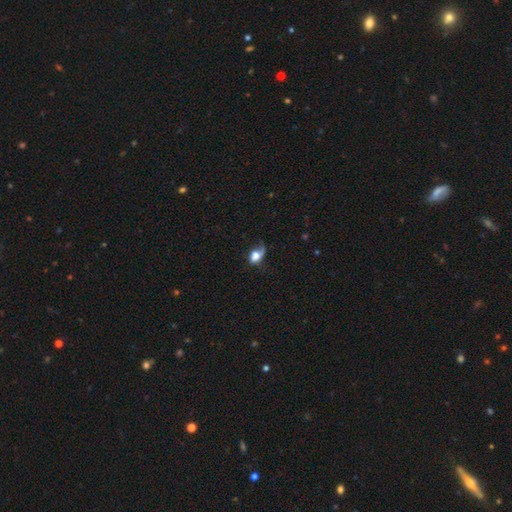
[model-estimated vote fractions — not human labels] This appears to be a smooth galaxy with no disk features (63%) that is in between round and cigar-shaped (71%). Merging: major disturbance (40%).